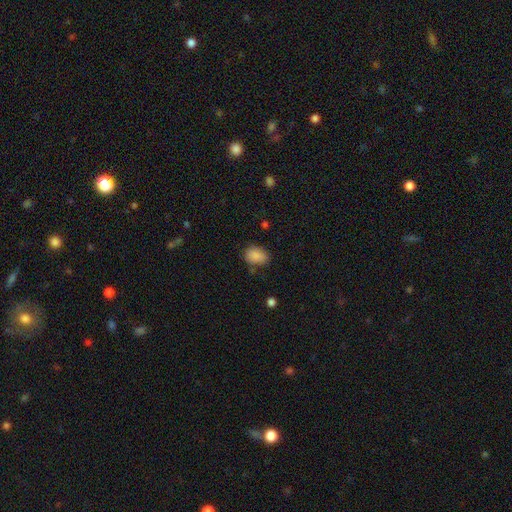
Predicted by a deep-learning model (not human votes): Morphology: type=smooth (87%); roundness=in between (75%); merging=none (73%).